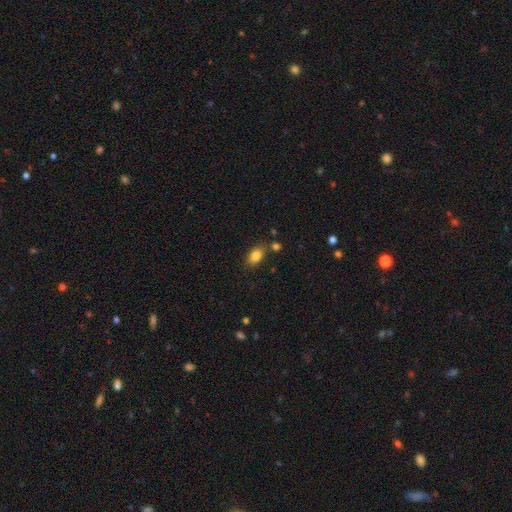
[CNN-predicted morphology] Smooth or featured? Predicted: smooth (p=0.84). How rounded? Predicted: in between (p=0.86). Merging? Predicted: none (p=0.75).